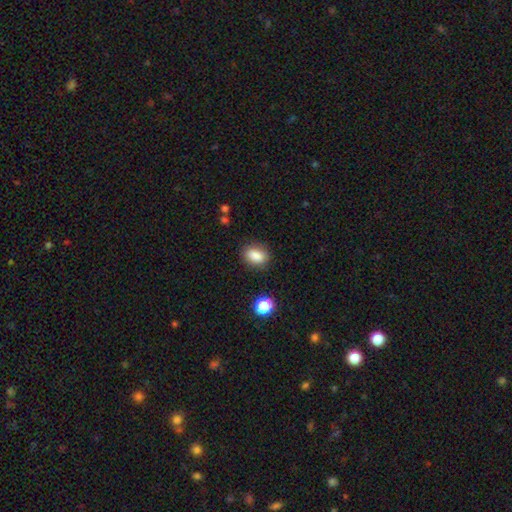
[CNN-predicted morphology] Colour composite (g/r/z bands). It shows a smooth galaxy with no disk features (86%) that is in between round and cigar-shaped (80%). Merging: none (82%).